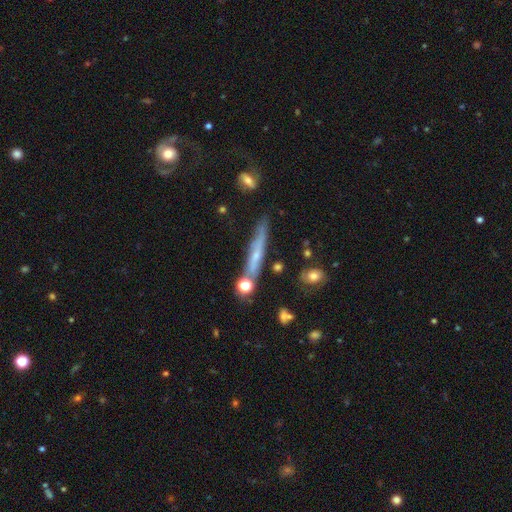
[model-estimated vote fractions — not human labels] A featured or disk galaxy (52%) viewed edge-on (87%). Merging: none (72%).